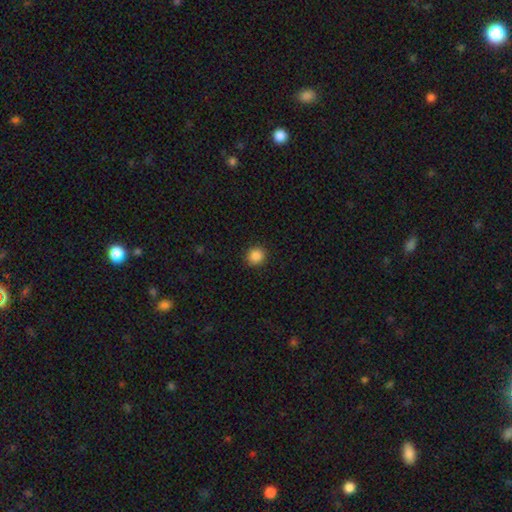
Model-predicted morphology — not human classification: This is clearly a smooth galaxy (87%). How rounded: clearly round (90%). Merging: clearly none (91%).